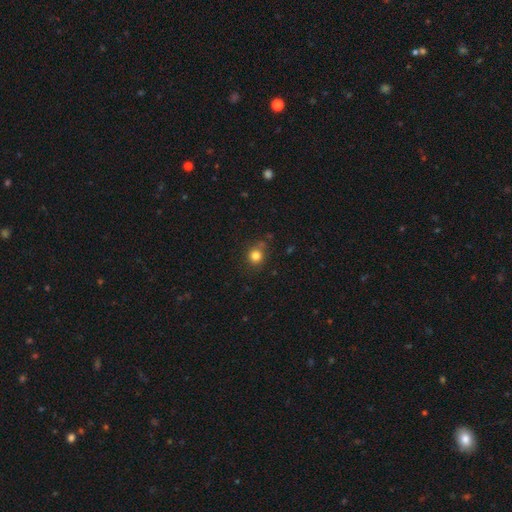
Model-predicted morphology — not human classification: Smooth or featured? Predicted: smooth (p=0.82). How rounded? Predicted: round (p=0.85). Merging? Predicted: none (p=0.76).